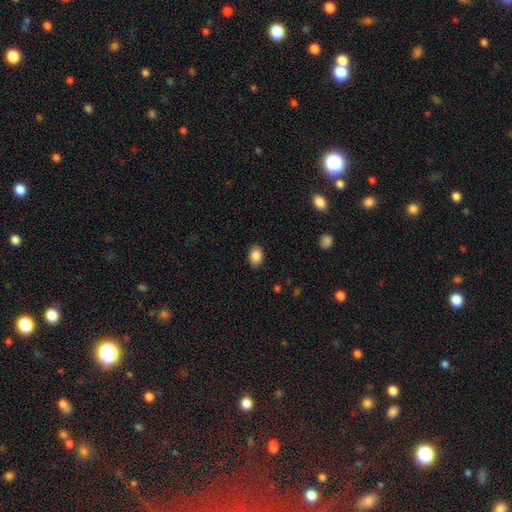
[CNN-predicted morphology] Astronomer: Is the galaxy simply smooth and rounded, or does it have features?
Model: smooth — 88%.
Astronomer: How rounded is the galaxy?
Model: in between — 80%.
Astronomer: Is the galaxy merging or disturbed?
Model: none — 88%.